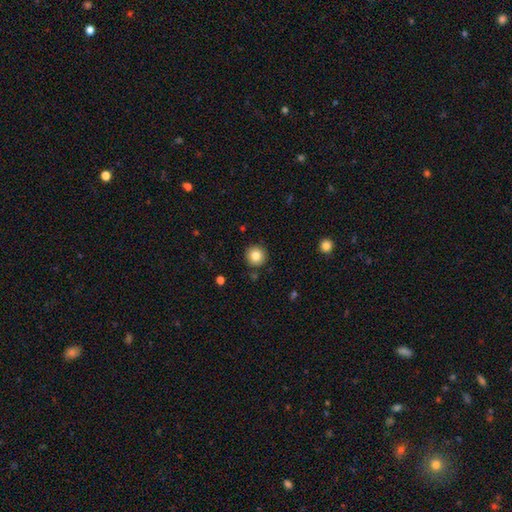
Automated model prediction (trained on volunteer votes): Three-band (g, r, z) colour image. It shows a smooth galaxy with no disk features (82%) that is round (95%). Merging: none (91%).